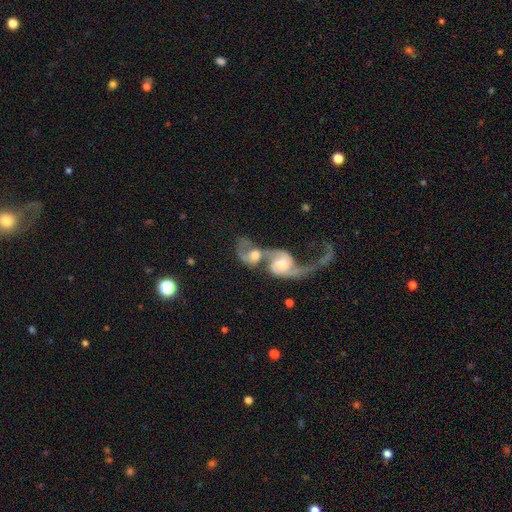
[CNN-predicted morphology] This is likely a featured or disk galaxy (73%). It is clearly not viewed edge-on (95%). Bar: likely no (64%). Spiral arm pattern: clearly yes (82%). Spiral arm count: marginally 2 (44%). Spiral winding: likely loose (71%). Central bulge: possibly moderate (51%). Merging: likely merger (76%).